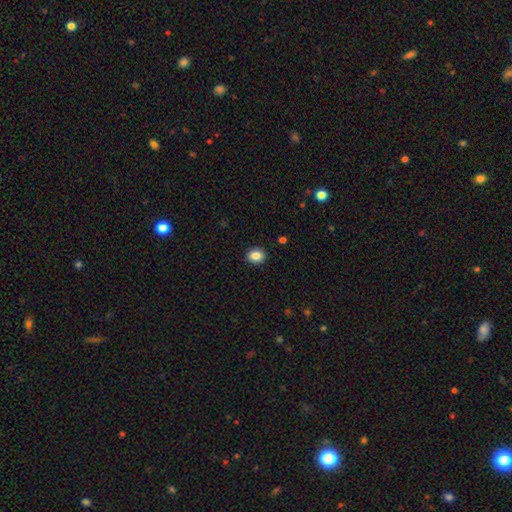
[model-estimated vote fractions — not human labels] This appears to be a smooth galaxy with no disk features (84%) that is round (59%). Merging: none (91%).